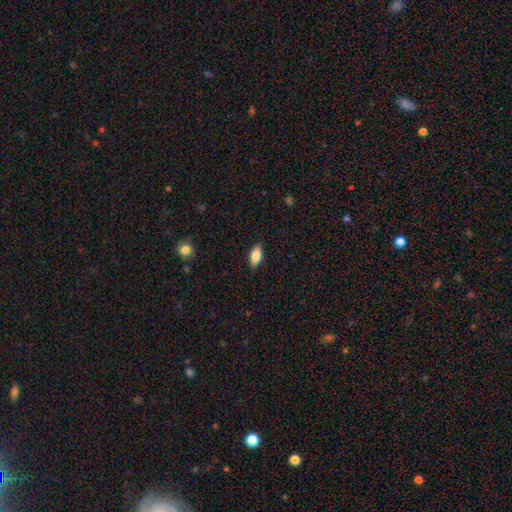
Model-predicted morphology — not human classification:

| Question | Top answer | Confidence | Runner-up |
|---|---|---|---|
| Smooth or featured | smooth | 82% | featured or disk (11%) |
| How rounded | in between | 86% | cigar-shaped (11%) |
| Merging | none | 87% | minor disturbance (10%) |